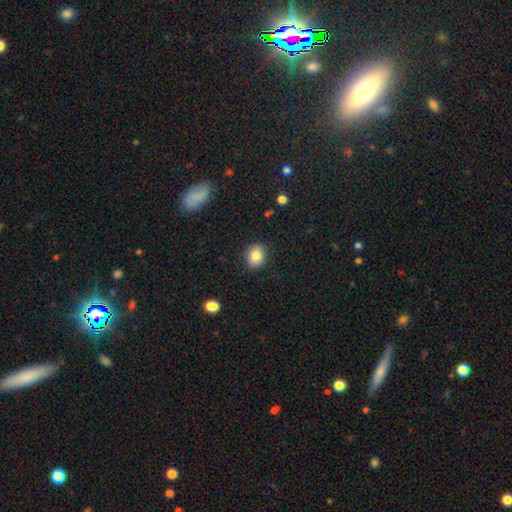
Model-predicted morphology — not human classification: type=smooth (86%); roundness=in between (55%); merging=none (87%).